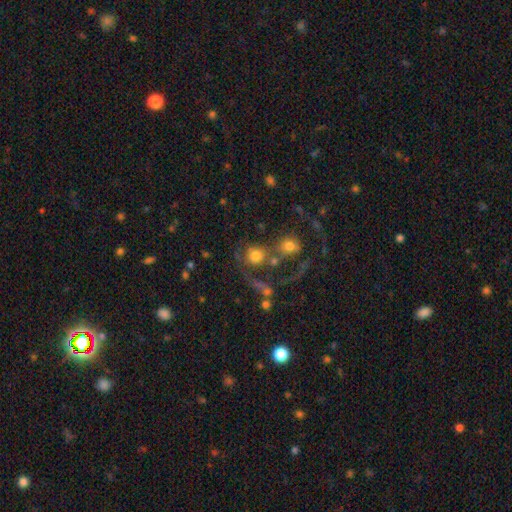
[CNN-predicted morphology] smooth_or_featured: smooth (p=0.63) [alt: featured or disk p=0.22]
how_rounded: round (p=0.82) [alt: in between p=0.17]
merging: merger (p=0.48) [alt: none p=0.28]